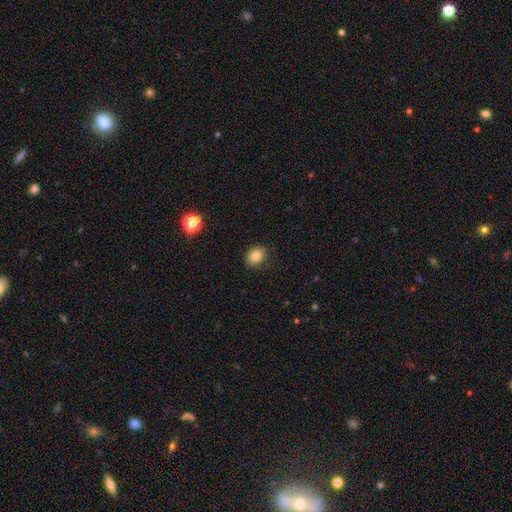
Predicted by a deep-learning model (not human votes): A smooth galaxy with no disk features (83%) that is round (51%).

Vote fractions:
- Smooth or featured? smooth: 83% / star or artifact: 11% / featured or disk: 6%
- How rounded? round: 51% / in between: 48% / cigar-shaped: 1%
- Merging? none: 85% / minor disturbance: 11% / major disturbance: 3% / merger: 1%